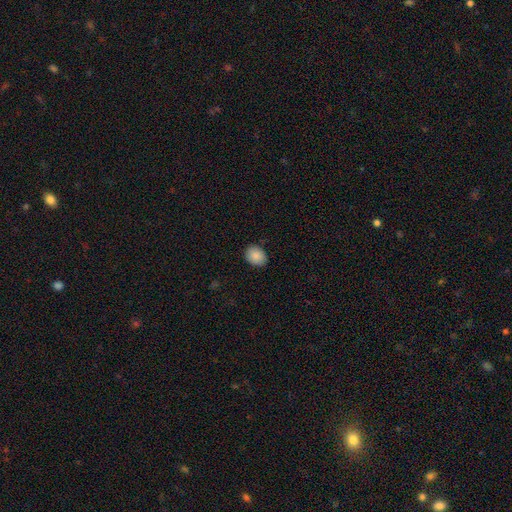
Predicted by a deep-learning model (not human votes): Morphology: type=smooth (88%); roundness=in between (54%); merging=none (85%).